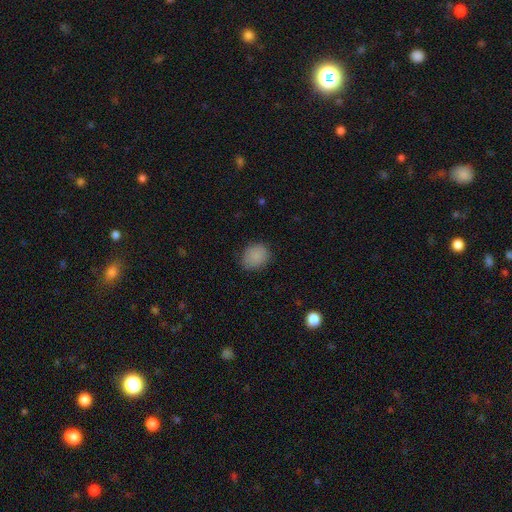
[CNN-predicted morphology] Smooth or featured? Predicted: smooth (p=0.87). How rounded? Predicted: round (p=0.63). Merging? Predicted: none (p=0.80).